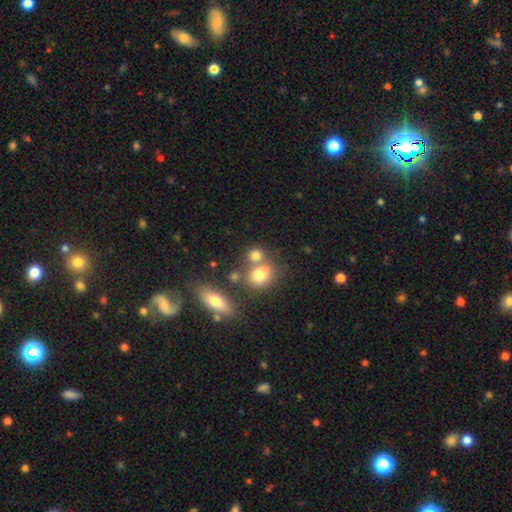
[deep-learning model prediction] Morphology: type=smooth (74%); roundness=round (70%); merging=none (51%).